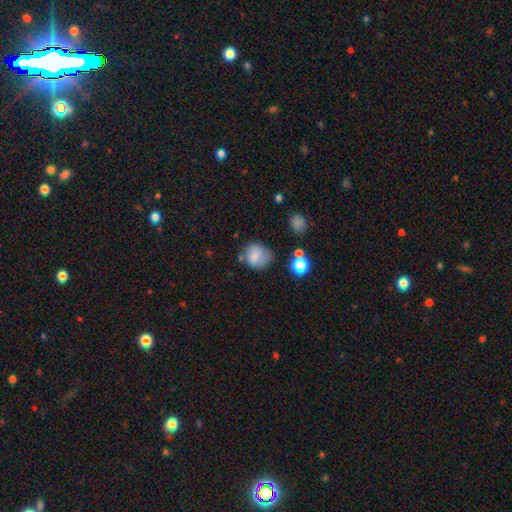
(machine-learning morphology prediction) Smooth or featured?
  - smooth: 77% *
  - featured or disk: 12%
  - star or artifact: 11%
How rounded?
  - round: 76% *
  - in between: 23%
  - cigar-shaped: 1%
Merging?
  - none: 60% *
  - minor disturbance: 24%
  - major disturbance: 9%
  - merger: 7%